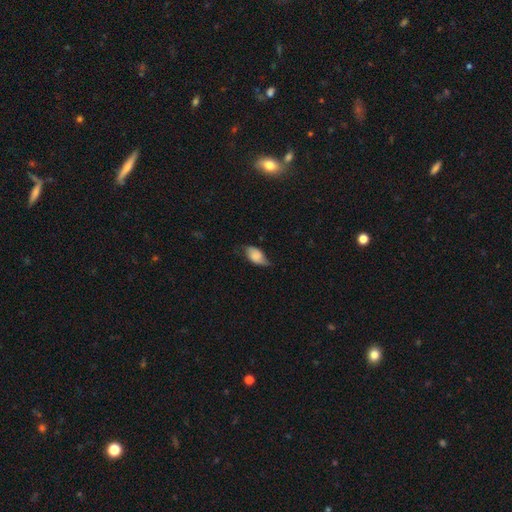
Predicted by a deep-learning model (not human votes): smooth-or-featured: smooth: 70% | featured or disk: 22% | star or artifact: 8%
  how-rounded: in between: 91% | round: 6% | cigar-shaped: 3%
  merging: none: 50% | minor disturbance: 37% | major disturbance: 12% | merger: 2%